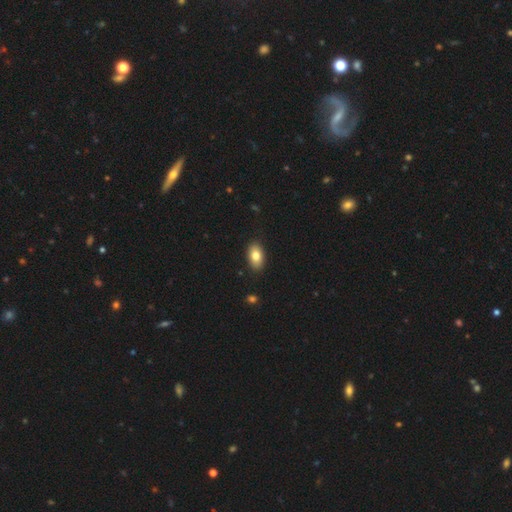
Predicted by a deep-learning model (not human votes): Smooth or featured? Predicted: smooth (p=0.81). How rounded? Predicted: in between (p=0.91). Merging? Predicted: none (p=0.89).